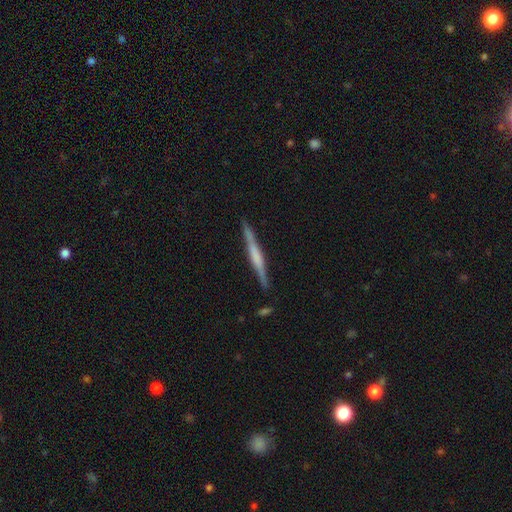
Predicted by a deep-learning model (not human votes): Smooth or featured? Predicted: featured or disk (p=0.66). Edge-on disk? Predicted: yes (p=0.98). Edge-on bulge? Predicted: boxy (p=0.37). Merging? Predicted: none (p=0.88).